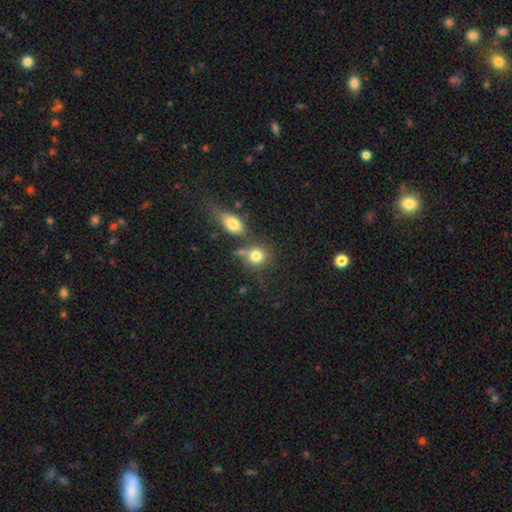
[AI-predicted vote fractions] Q: Smooth or featured?
A: smooth (80%); runner-up: star or artifact (10%)
Q: How rounded?
A: round (76%); runner-up: in between (22%)
Q: Merging?
A: none (50%); runner-up: merger (31%)